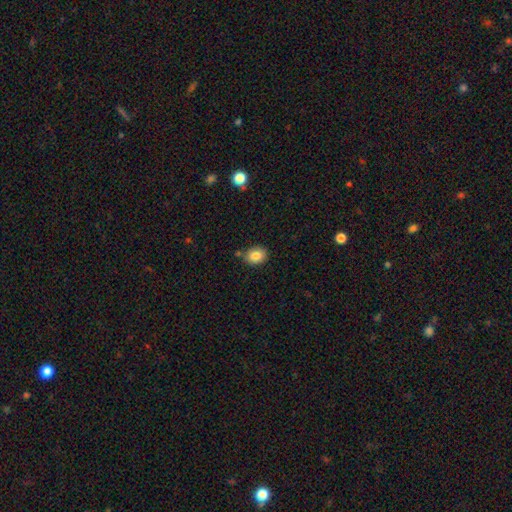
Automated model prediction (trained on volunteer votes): Smooth or featured? smooth (84%)
How rounded? in between (57%)
Merging? none (79%)